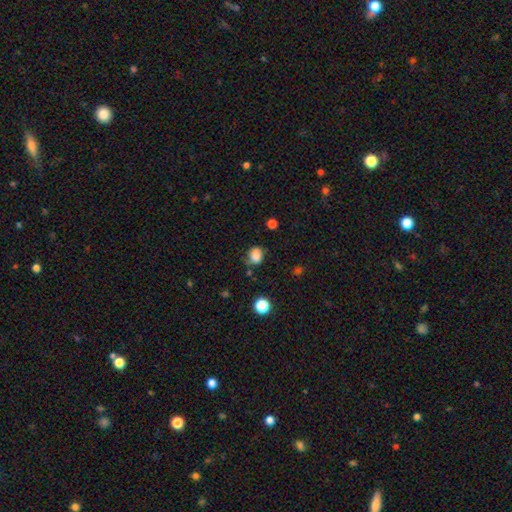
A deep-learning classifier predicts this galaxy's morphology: A smooth galaxy with no disk features (83%) that is round (54%).

Vote fractions:
- Smooth or featured? smooth: 83% / star or artifact: 11% / featured or disk: 6%
- How rounded? round: 54% / in between: 46% / cigar-shaped: 1%
- Merging? none: 60% / minor disturbance: 28% / major disturbance: 9% / merger: 4%